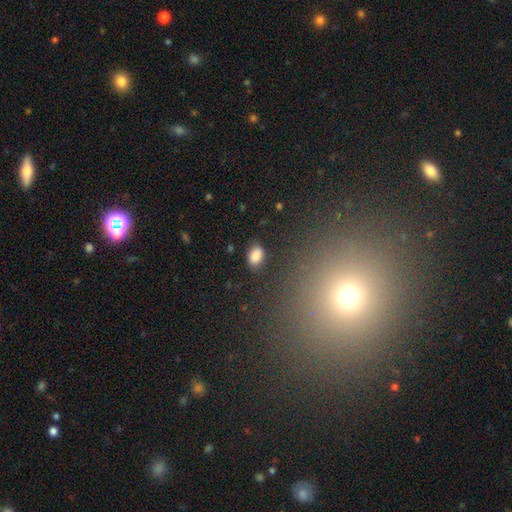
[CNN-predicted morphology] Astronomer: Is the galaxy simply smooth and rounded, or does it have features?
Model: smooth — 86%.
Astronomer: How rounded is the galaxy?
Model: in between — 85%.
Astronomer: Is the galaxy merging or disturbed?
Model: none — 81%.